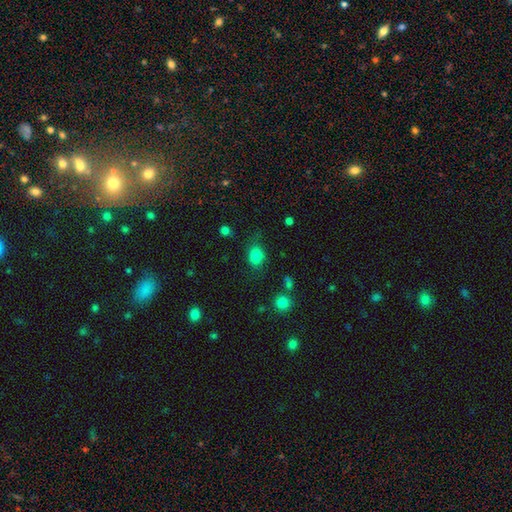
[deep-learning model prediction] Smooth or featured: smooth — 81% (star or artifact — 12%)
How rounded: round — 50% (in between — 49%)
Merging: none — 69% (minor disturbance — 21%)